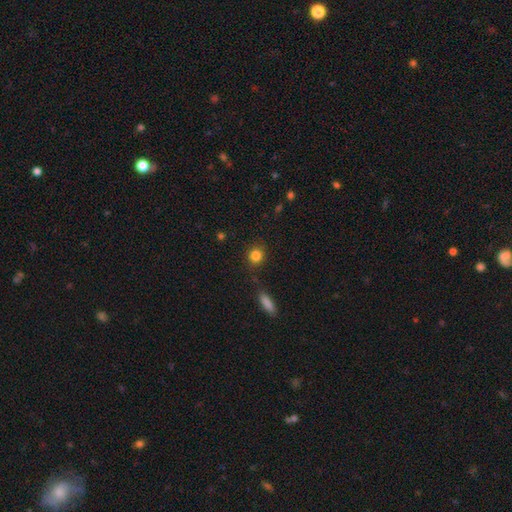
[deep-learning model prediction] Smooth or featured: smooth — 84% (star or artifact — 11%)
How rounded: round — 84% (in between — 14%)
Merging: none — 86% (minor disturbance — 9%)